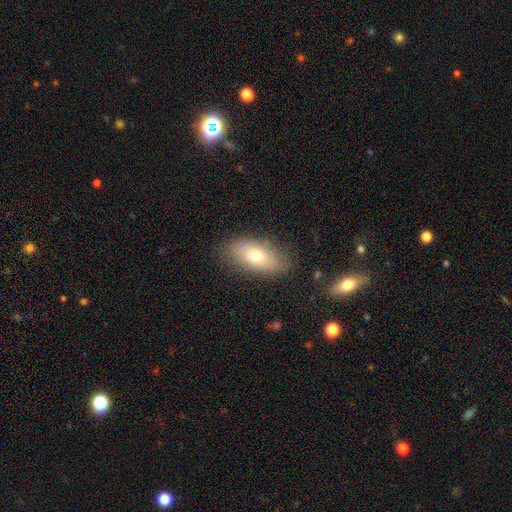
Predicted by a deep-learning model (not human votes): A smooth galaxy with no disk features (66%) that is in between round and cigar-shaped (90%).

Vote fractions:
- Smooth or featured? smooth: 66% / featured or disk: 26% / star or artifact: 8%
- How rounded? in between: 90% / cigar-shaped: 6% / round: 4%
- Merging? none: 80% / minor disturbance: 14% / major disturbance: 4% / merger: 2%